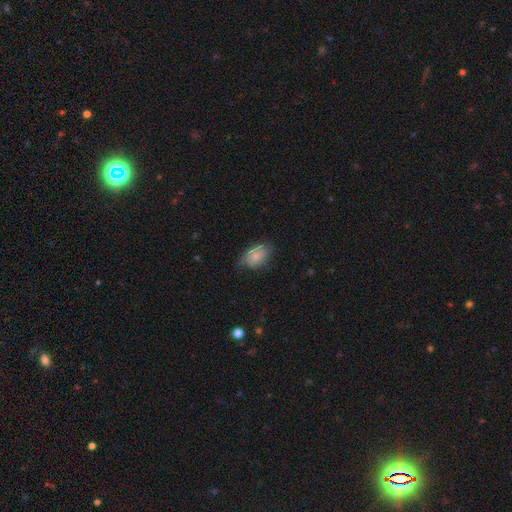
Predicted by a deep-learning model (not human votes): A smooth galaxy with no disk features (72%) that is in between round and cigar-shaped (85%). Merging: none (56%).